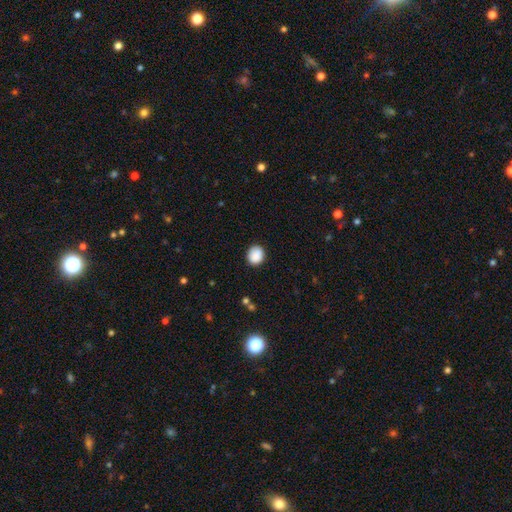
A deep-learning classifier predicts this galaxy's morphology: A smooth galaxy with no disk features (89%) that is round (71%). Merging: none (87%).